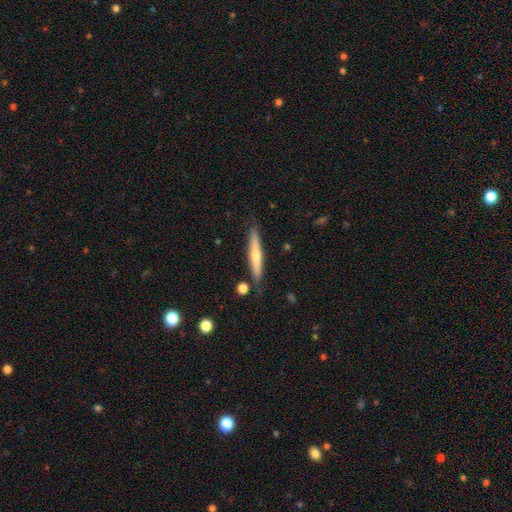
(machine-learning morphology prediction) Smooth or featured? featured or disk (49%)
Merging? none (85%)